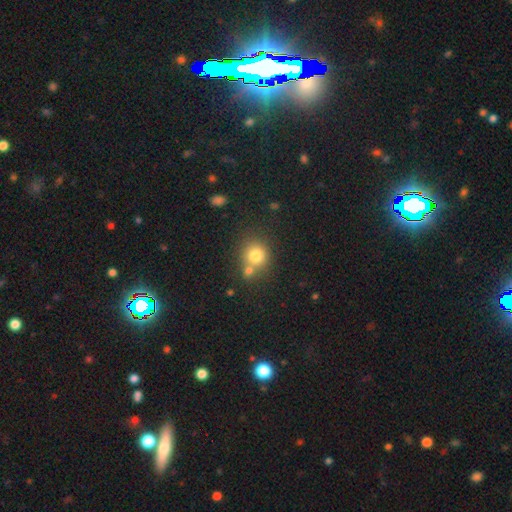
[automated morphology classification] This appears to be a smooth galaxy with no disk features (77%) that is round (86%). Merging: none (56%).